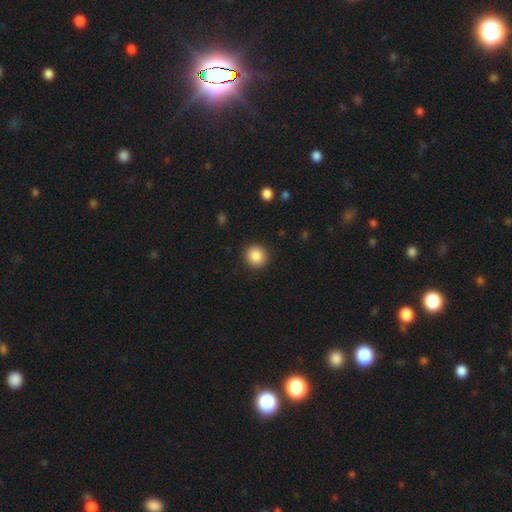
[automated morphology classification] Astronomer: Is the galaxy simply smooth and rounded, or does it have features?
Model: smooth — 87%.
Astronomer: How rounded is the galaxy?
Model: round — 92%.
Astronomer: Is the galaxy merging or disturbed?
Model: none — 91%.